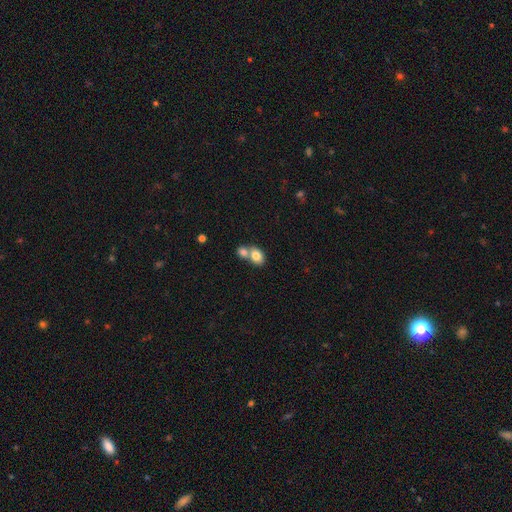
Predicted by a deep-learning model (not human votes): smooth-or-featured: smooth: 80% | featured or disk: 12% | star or artifact: 8%
  how-rounded: in between: 66% | round: 33% | cigar-shaped: 1%
  merging: merger: 60% | none: 31% | minor disturbance: 7% | major disturbance: 3%